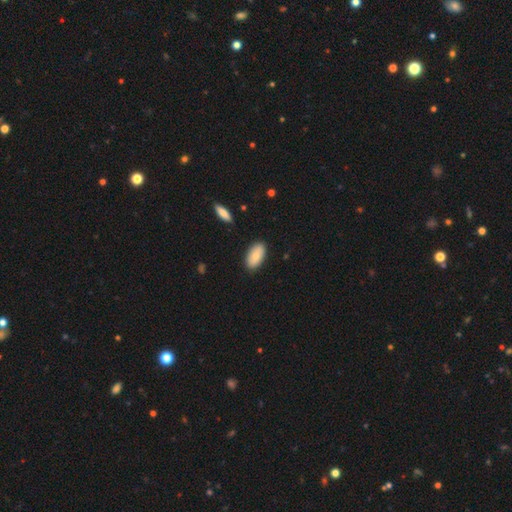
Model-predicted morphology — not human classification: Smooth or featured? smooth (80%)
How rounded? in between (94%)
Merging? none (87%)